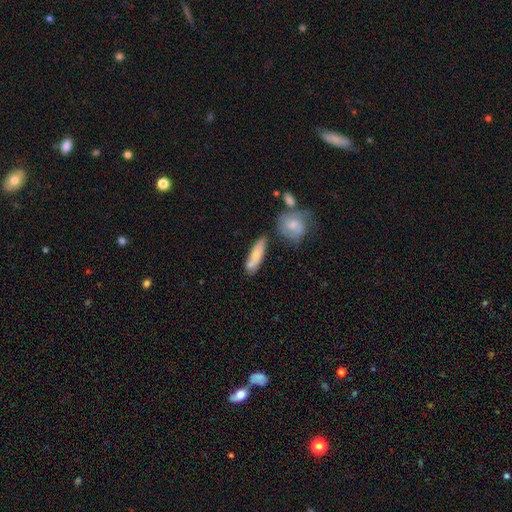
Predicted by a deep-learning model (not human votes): Q: Smooth or featured?
A: smooth (73%); runner-up: featured or disk (20%)
Q: How rounded?
A: cigar-shaped (59%); runner-up: in between (38%)
Q: Merging?
A: none (61%); runner-up: minor disturbance (19%)